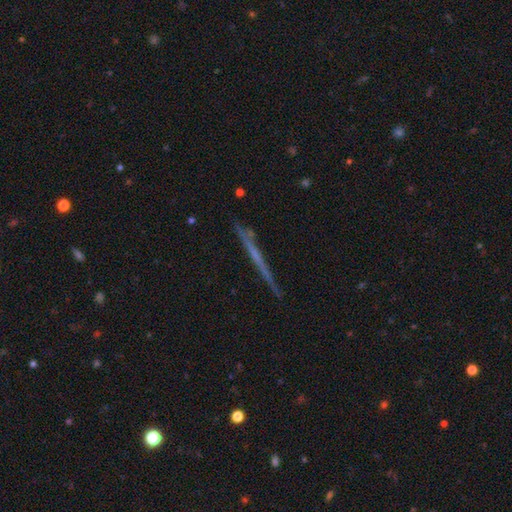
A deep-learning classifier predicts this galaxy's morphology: Smooth or featured? featured or disk (62%)
Edge-on disk? yes (97%)
Edge-on bulge? none (83%)
Merging? none (87%)